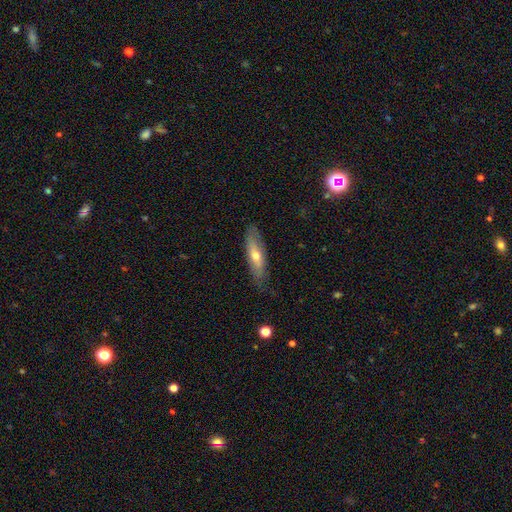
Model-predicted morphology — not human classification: Overall: smooth (48%; featured or disk 45%). Merging: none (77%).